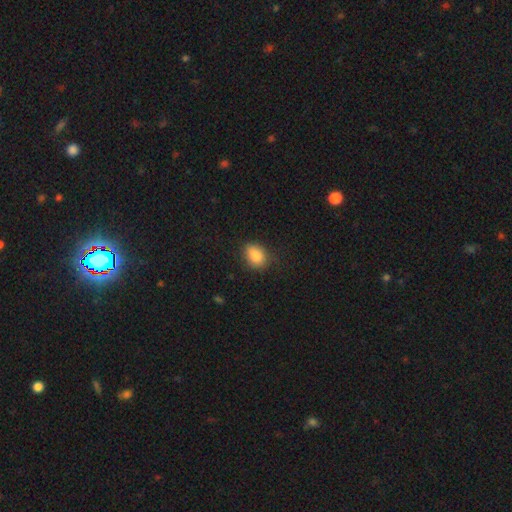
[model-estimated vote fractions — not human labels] Smooth or featured?
  - smooth: 84% *
  - star or artifact: 9%
  - featured or disk: 7%
How rounded?
  - in between: 59% *
  - round: 40%
  - cigar-shaped: 1%
Merging?
  - none: 74% *
  - minor disturbance: 20%
  - major disturbance: 4%
  - merger: 2%